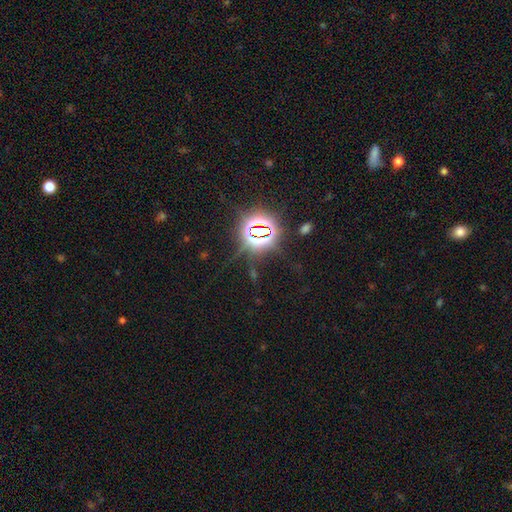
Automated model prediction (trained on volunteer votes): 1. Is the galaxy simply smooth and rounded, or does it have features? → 83% star or artifact, 11% smooth, 6% featured or disk.